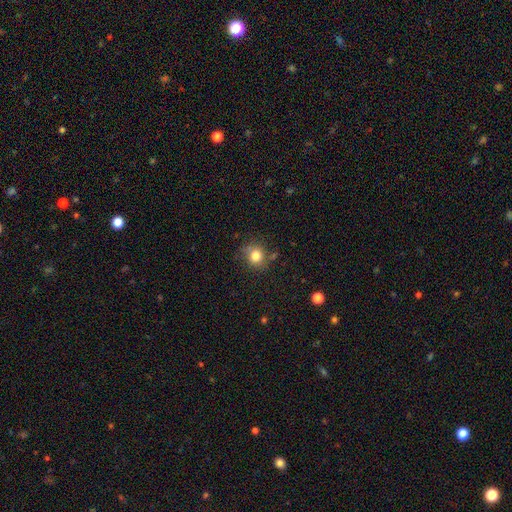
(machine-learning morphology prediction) Overall: smooth (81%). How rounded: round (85%). Merging: none (76%).